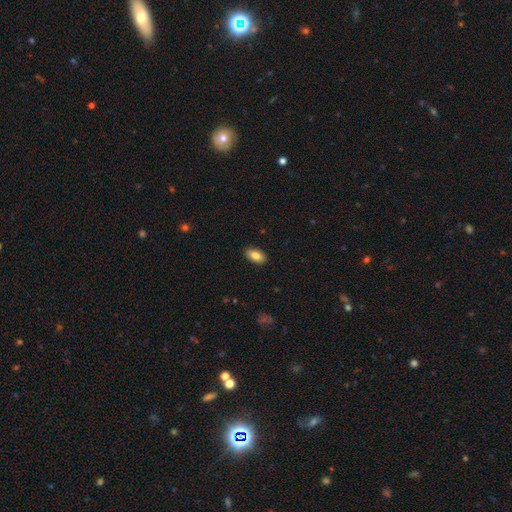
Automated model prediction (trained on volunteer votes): Smooth or featured? smooth (84%)
How rounded? in between (92%)
Merging? none (89%)